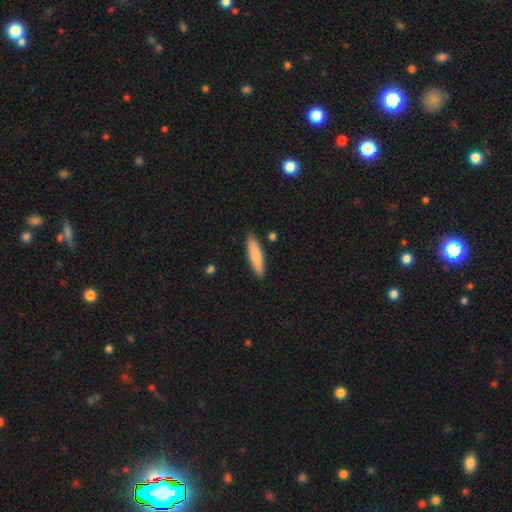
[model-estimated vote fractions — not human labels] This appears to be a smooth galaxy with no disk features (81%) that is cigar-shaped (72%). Merging: none (88%).